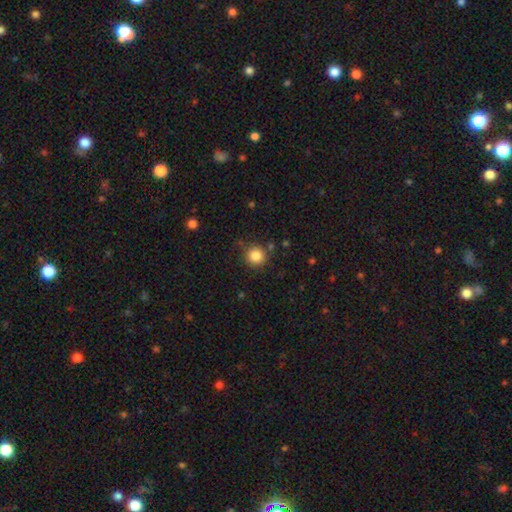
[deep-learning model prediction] Smooth or featured?
  - smooth: 85% *
  - star or artifact: 11%
  - featured or disk: 5%
How rounded?
  - round: 94% *
  - in between: 5%
  - cigar-shaped: 1%
Merging?
  - none: 84% *
  - minor disturbance: 9%
  - merger: 3%
  - major disturbance: 3%